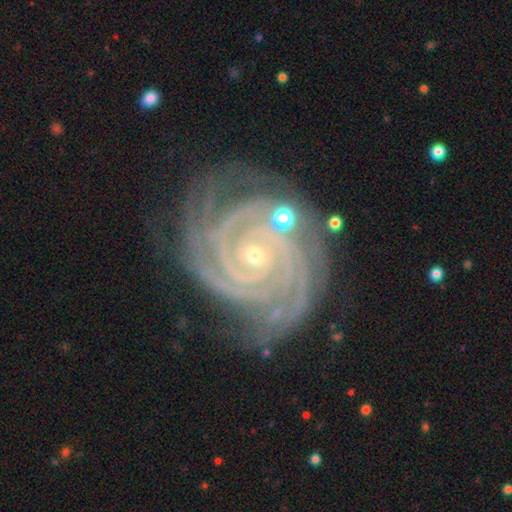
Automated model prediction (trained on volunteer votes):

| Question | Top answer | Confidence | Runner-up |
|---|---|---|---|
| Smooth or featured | featured or disk | 93% | star or artifact (4%) |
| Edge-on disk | no | 98% | yes (2%) |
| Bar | no | 71% | weak (17%) |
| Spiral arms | yes | 99% | no (1%) |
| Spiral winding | tight | 88% | medium (10%) |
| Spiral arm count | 4 | 30% | 3 (25%) |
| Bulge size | small | 81% | moderate (17%) |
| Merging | none | 72% | minor disturbance (19%) |